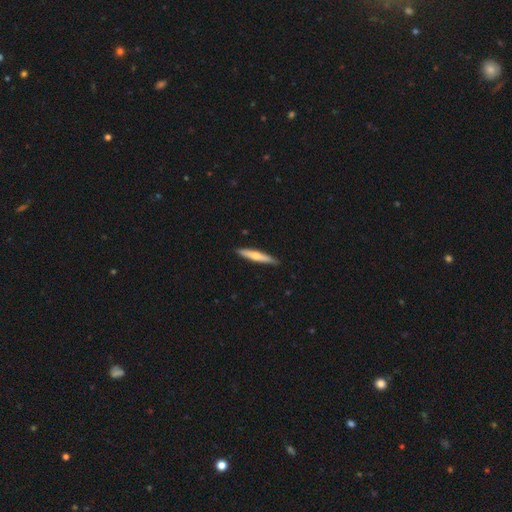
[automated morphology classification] Smooth or featured?
  - featured or disk: 51% *
  - smooth: 44%
  - star or artifact: 5%
Edge-on disk?
  - yes: 95% *
  - no: 5%
Merging?
  - none: 90% *
  - minor disturbance: 7%
  - major disturbance: 1%
  - merger: 1%